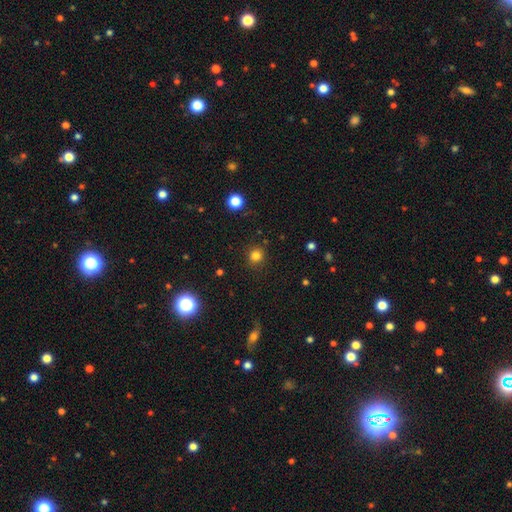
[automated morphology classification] A smooth galaxy with no disk features (81%) that is round (91%).

Vote fractions:
- Smooth or featured? smooth: 81% / star or artifact: 14% / featured or disk: 5%
- How rounded? round: 91% / in between: 8% / cigar-shaped: 1%
- Merging? none: 89% / minor disturbance: 7% / major disturbance: 2% / merger: 1%